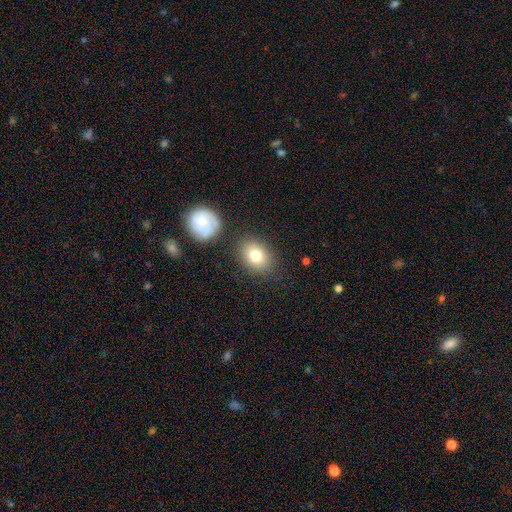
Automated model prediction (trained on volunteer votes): The model was most divided on "how rounded": in between: 61%, round: 38%, cigar-shaped: 1%. More confident: smooth or featured — smooth (78%); merging — none (78%).